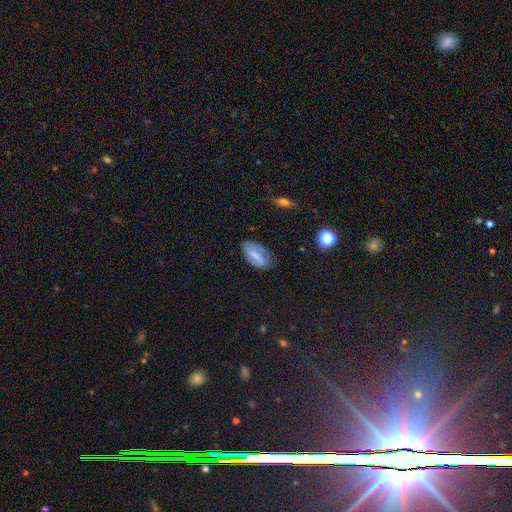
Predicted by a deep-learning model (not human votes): Q: Smooth or featured?
A: smooth (55%); runner-up: featured or disk (36%)
Q: How rounded?
A: in between (91%); runner-up: cigar-shaped (4%)
Q: Merging?
A: none (63%); runner-up: minor disturbance (26%)